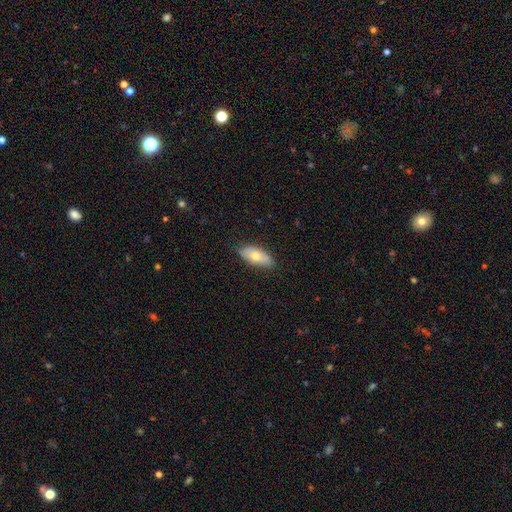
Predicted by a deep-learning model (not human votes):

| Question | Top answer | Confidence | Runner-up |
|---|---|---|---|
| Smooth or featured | smooth | 68% | featured or disk (26%) |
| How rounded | in between | 87% | cigar-shaped (11%) |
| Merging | none | 83% | minor disturbance (13%) |